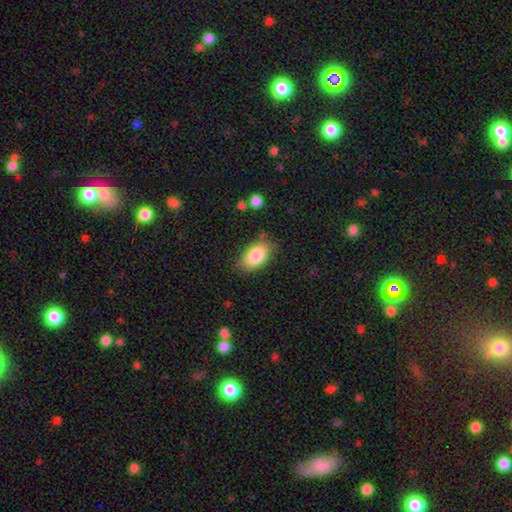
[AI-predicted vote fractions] Smooth or featured? smooth (83%)
How rounded? in between (93%)
Merging? none (78%)